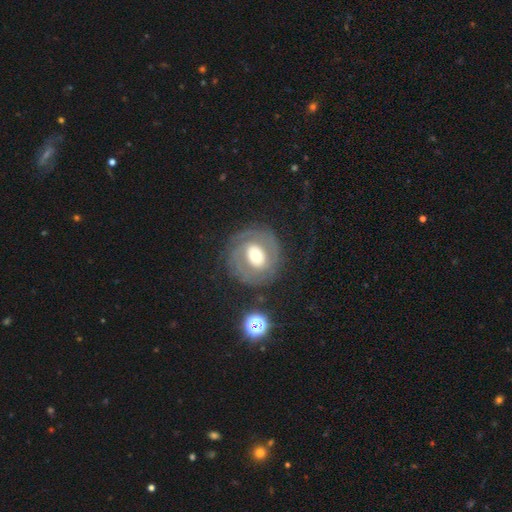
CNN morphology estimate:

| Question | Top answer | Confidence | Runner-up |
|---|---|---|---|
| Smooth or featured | featured or disk | 62% | smooth (30%) |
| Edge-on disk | no | 96% | yes (4%) |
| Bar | no | 64% | weak (24%) |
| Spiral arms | yes | 54% | no (46%) |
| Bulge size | moderate | 62% | large (20%) |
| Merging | none | 75% | minor disturbance (13%) |